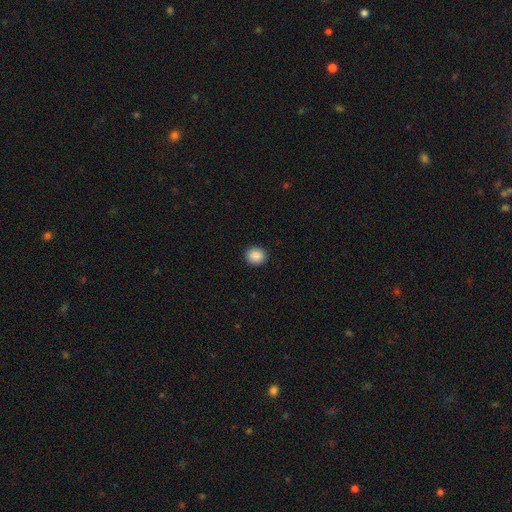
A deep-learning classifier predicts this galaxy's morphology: A smooth galaxy with no disk features (89%) that is round (81%).

Vote fractions:
- Smooth or featured? smooth: 89% / star or artifact: 8% / featured or disk: 3%
- How rounded? round: 81% / in between: 18% / cigar-shaped: 1%
- Merging? none: 92% / minor disturbance: 5% / major disturbance: 2% / merger: 1%